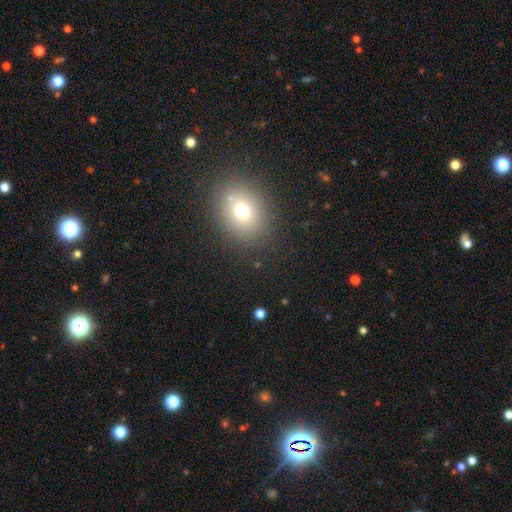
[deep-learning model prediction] Smooth or featured? smooth (63%)
How rounded? round (53%)
Merging? none (90%)